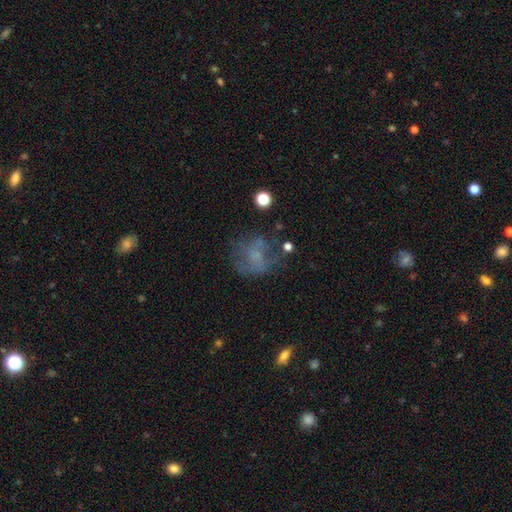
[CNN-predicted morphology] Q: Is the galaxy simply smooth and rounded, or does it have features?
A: smooth — 43%.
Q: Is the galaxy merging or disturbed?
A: none — 48%.